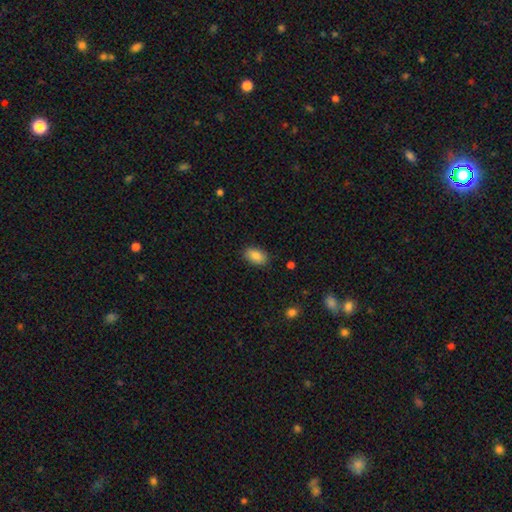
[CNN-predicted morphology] smooth-or-featured: smooth: 85% | star or artifact: 8% | featured or disk: 7%
  how-rounded: in between: 90% | round: 8% | cigar-shaped: 2%
  merging: none: 86% | minor disturbance: 10% | major disturbance: 2% | merger: 1%